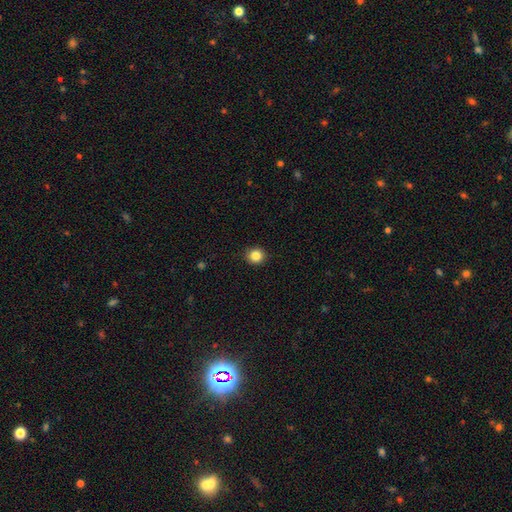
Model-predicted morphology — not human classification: Overall: smooth (85%). How rounded: round (90%). Merging: none (91%).